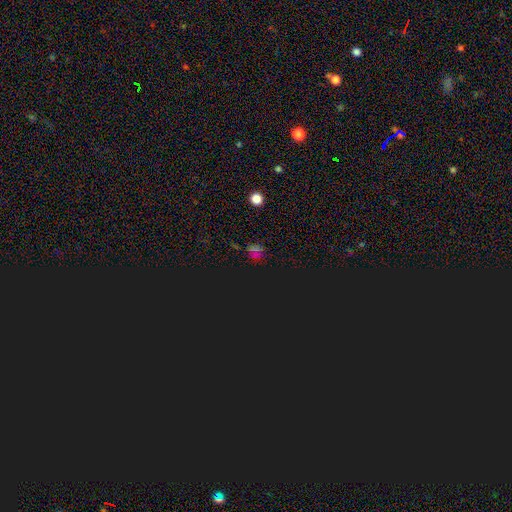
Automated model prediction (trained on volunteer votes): Smooth or featured? Predicted: star or artifact (p=0.69).